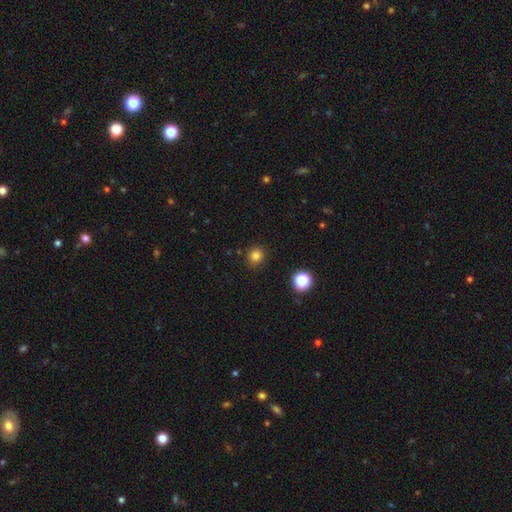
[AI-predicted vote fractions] The model was most divided on "smooth or featured": smooth: 81%, star or artifact: 14%, featured or disk: 5%. More confident: merging — none (88%); how rounded — round (87%).